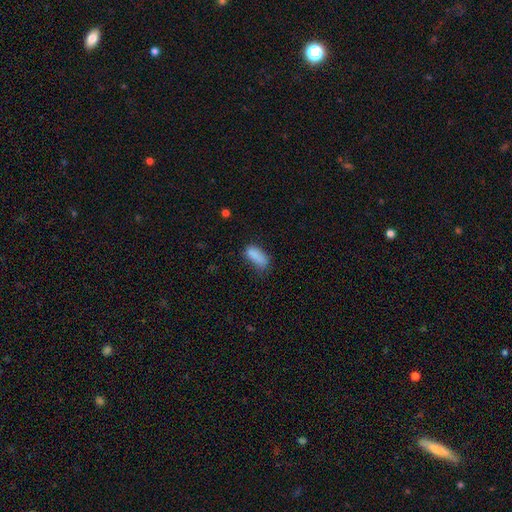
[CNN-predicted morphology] Smooth or featured: smooth — 84% (star or artifact — 10%)
How rounded: in between — 83% (cigar-shaped — 14%)
Merging: none — 47% (minor disturbance — 34%)